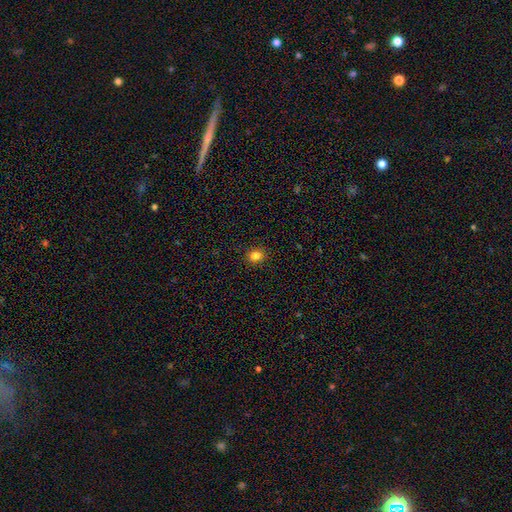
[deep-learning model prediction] smooth_or_featured: smooth (p=0.82) [alt: star or artifact p=0.13]
how_rounded: round (p=0.73) [alt: in between p=0.26]
merging: none (p=0.91) [alt: minor disturbance p=0.06]